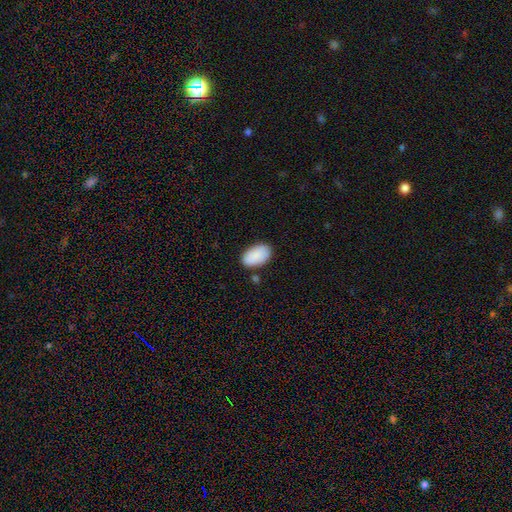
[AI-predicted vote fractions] Overall: smooth (88%). How rounded: in between (93%). Merging: none (78%).